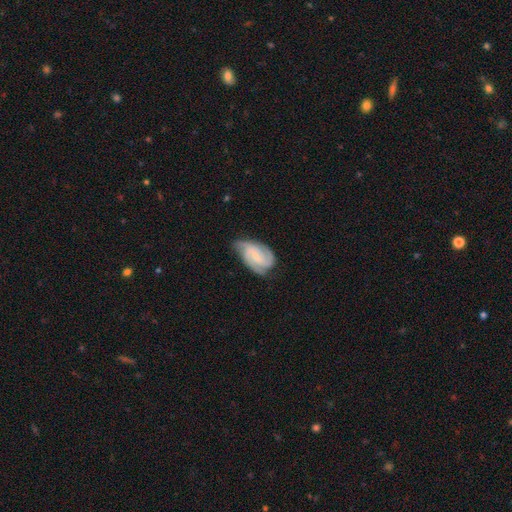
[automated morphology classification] Overall: featured or disk (81%). Edge-on disk: no (98%). Bar: weak (46%; no 37%). Spiral arms: yes (96%). Spiral arm count: 3 (44%; 2 36%). Spiral winding: medium (47%; tight 40%). Bulge size: small (65%). Merging: none (57%; minor disturbance 31%).